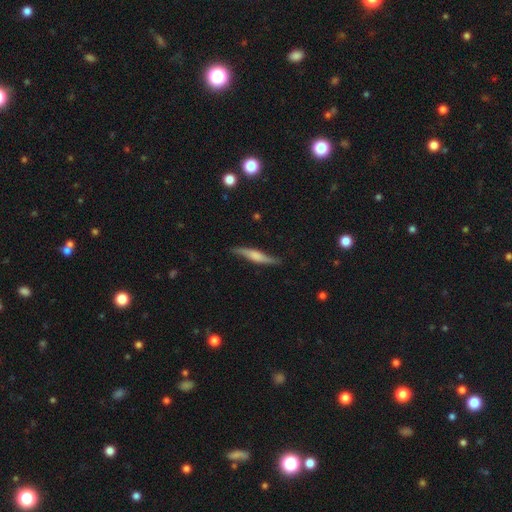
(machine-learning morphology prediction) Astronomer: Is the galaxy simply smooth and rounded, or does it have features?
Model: featured or disk — 55% (runner-up: smooth, 39%).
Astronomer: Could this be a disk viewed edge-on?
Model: yes — 85%.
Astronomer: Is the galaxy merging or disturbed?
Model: none — 78%.